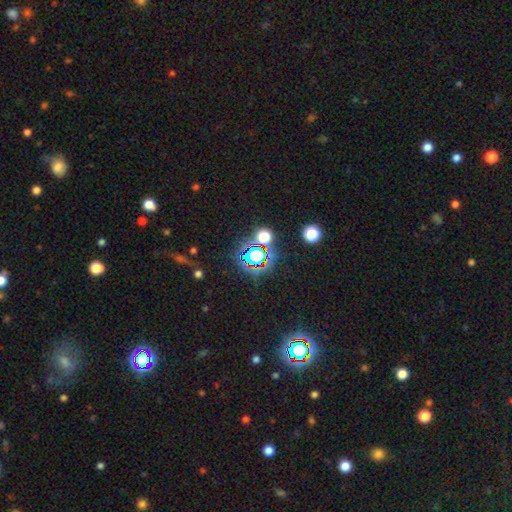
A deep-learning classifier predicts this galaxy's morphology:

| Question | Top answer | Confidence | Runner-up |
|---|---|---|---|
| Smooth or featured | star or artifact | 67% | smooth (23%) |